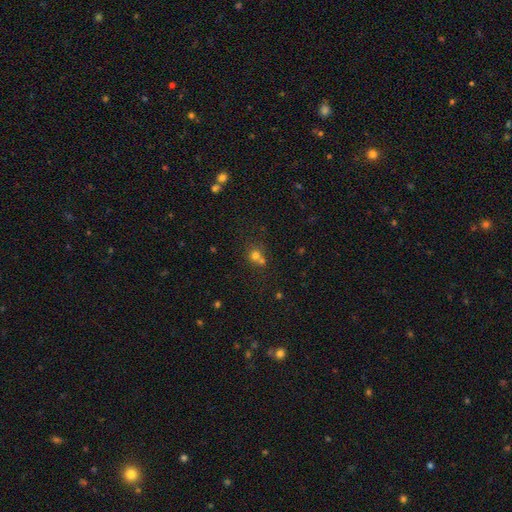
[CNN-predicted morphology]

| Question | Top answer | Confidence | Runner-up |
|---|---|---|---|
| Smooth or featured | smooth | 69% | star or artifact (18%) |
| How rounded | round | 84% | in between (15%) |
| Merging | none | 45% | merger (44%) |